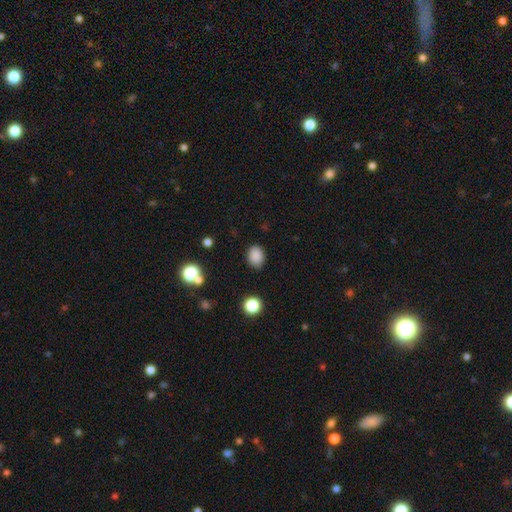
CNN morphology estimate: Q: Smooth or featured?
A: smooth (86%); runner-up: star or artifact (11%)
Q: How rounded?
A: in between (67%); runner-up: round (32%)
Q: Merging?
A: none (81%); runner-up: minor disturbance (14%)